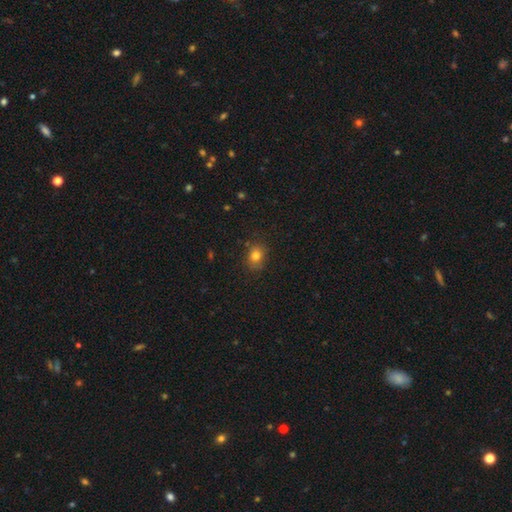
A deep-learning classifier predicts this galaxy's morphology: Q: Smooth or featured?
A: smooth (79%); runner-up: star or artifact (12%)
Q: How rounded?
A: round (60%); runner-up: in between (40%)
Q: Merging?
A: none (80%); runner-up: minor disturbance (15%)